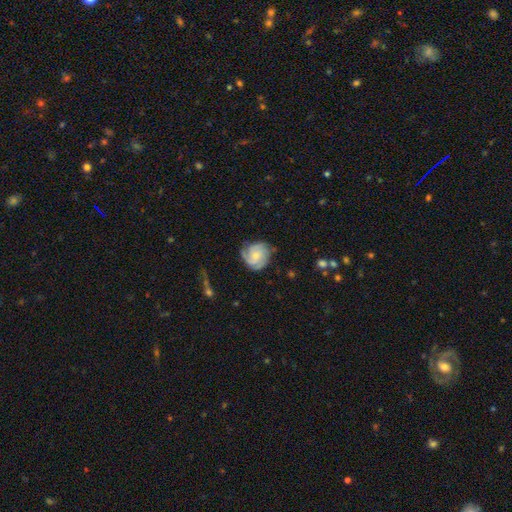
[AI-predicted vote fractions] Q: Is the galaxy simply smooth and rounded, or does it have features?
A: featured or disk — 71%.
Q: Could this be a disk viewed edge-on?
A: no — 98%.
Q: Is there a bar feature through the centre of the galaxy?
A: no — 72%.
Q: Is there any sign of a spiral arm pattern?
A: yes — 94%.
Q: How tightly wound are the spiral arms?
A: tight — 55%.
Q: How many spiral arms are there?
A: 3 — 39%.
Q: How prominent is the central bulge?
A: small — 60%.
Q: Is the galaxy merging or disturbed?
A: none — 66%.